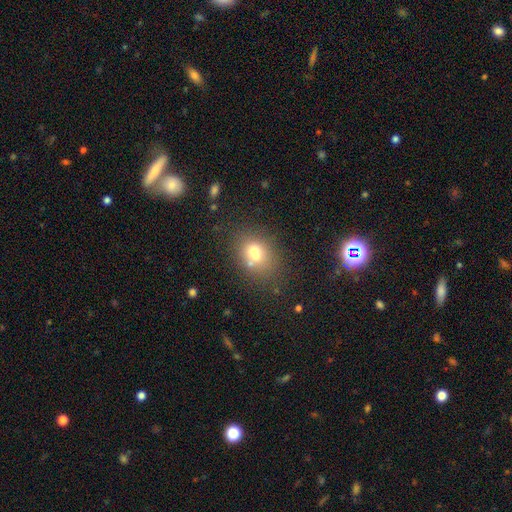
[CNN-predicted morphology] This appears to be a smooth galaxy with no disk features (63%) that is in between round and cigar-shaped (53%). Merging: none (46%).